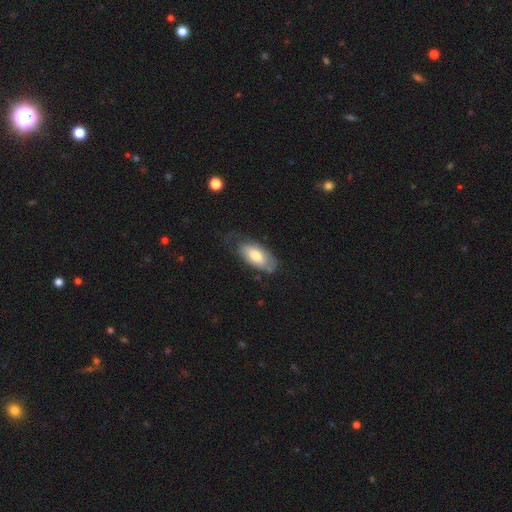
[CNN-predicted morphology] This appears to be a smooth galaxy with no disk features (63%) that is in between round and cigar-shaped (91%). Merging: none (51%).